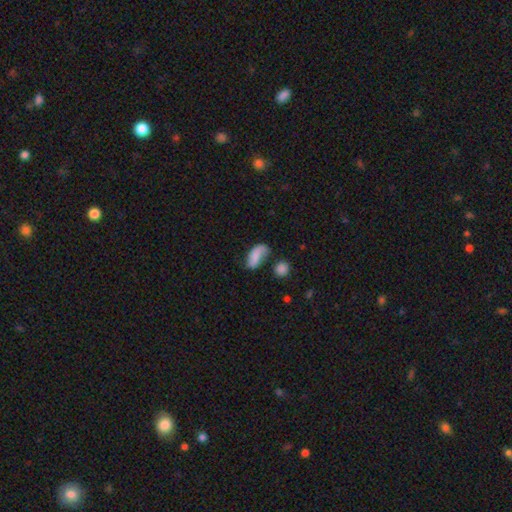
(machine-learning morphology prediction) Smooth or featured? Predicted: smooth (p=0.72). How rounded? Predicted: in between (p=0.87). Merging? Predicted: none (p=0.39).